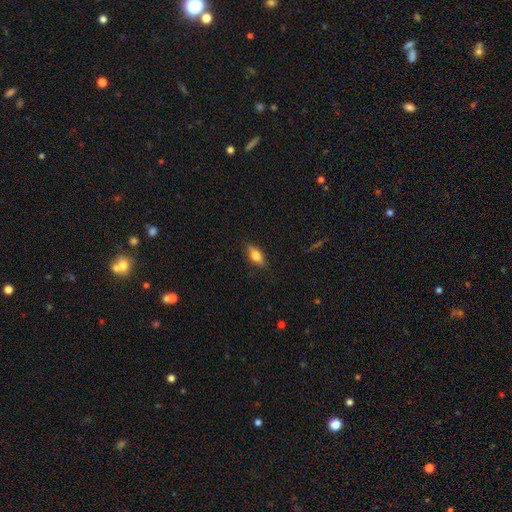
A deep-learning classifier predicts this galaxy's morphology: Q: Smooth or featured?
A: smooth (62%); runner-up: featured or disk (30%)
Q: How rounded?
A: in between (71%); runner-up: cigar-shaped (25%)
Q: Merging?
A: none (85%); runner-up: minor disturbance (11%)